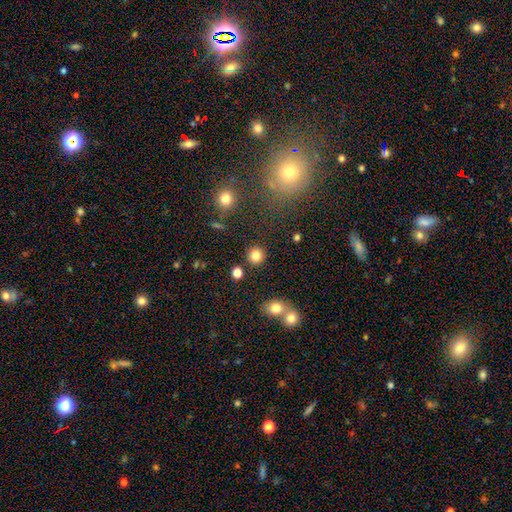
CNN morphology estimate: A smooth galaxy with no disk features (83%) that is round (92%). Merging: none (88%).